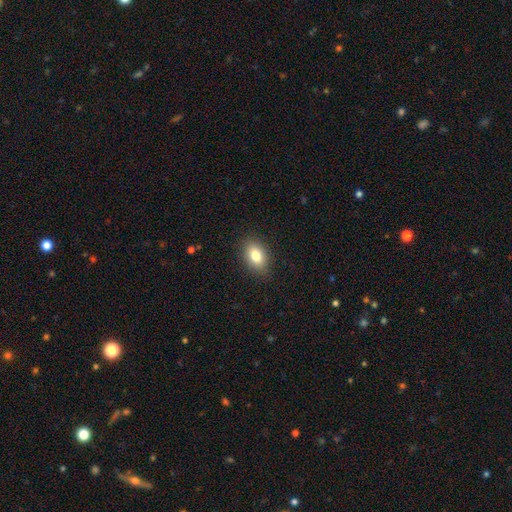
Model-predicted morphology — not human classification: smooth_or_featured: smooth (p=0.80) [alt: featured or disk p=0.11]
how_rounded: in between (p=0.83) [alt: round p=0.15]
merging: none (p=0.87) [alt: minor disturbance p=0.09]